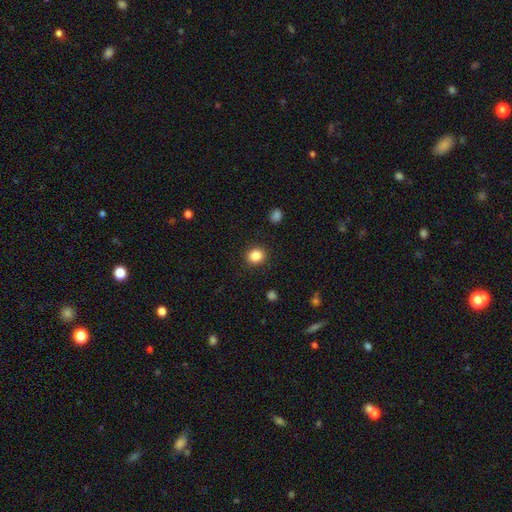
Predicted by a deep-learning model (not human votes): This is clearly a smooth galaxy (86%). How rounded: likely round (76%). Merging: clearly none (90%).